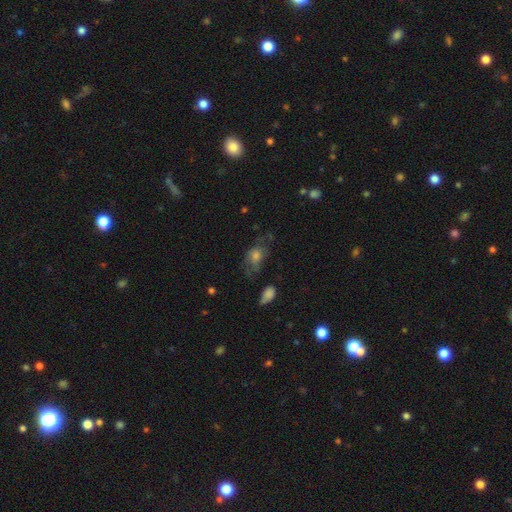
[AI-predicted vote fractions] A smooth galaxy with no disk features (57%) that is in between round and cigar-shaped (72%).

Vote fractions:
- Smooth or featured? smooth: 57% / featured or disk: 30% / star or artifact: 13%
- How rounded? in between: 72% / round: 26% / cigar-shaped: 2%
- Merging? none: 46% / minor disturbance: 28% / major disturbance: 22% / merger: 4%